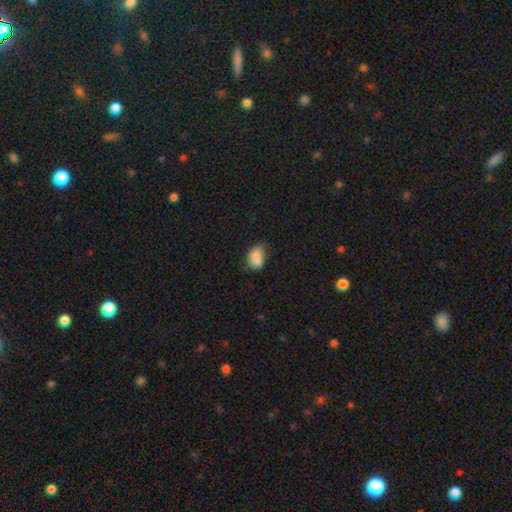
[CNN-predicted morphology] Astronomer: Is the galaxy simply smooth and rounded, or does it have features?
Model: smooth — 76%.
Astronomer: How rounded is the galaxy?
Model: in between — 77%.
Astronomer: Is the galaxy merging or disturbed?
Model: merger — 37% (runner-up: none, 36%).